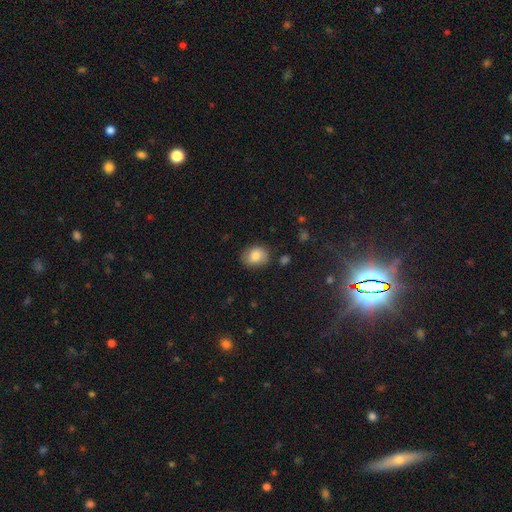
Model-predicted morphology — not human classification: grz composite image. It shows a smooth galaxy with no disk features (78%) that is in between round and cigar-shaped (57%). Merging: none (76%).